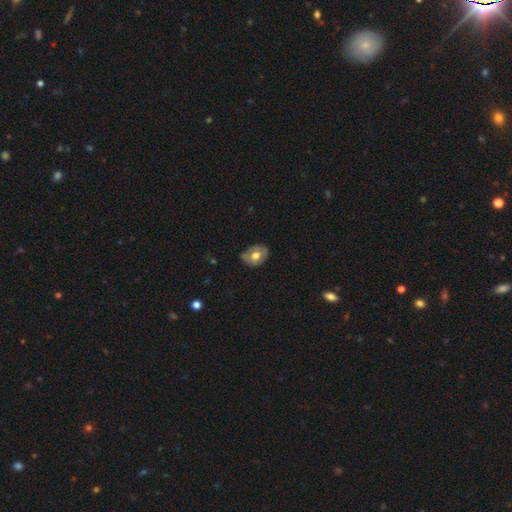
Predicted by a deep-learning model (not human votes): Overall: smooth (56%; featured or disk 36%). How rounded: in between (56%; round 43%). Merging: none (65%; minor disturbance 27%).